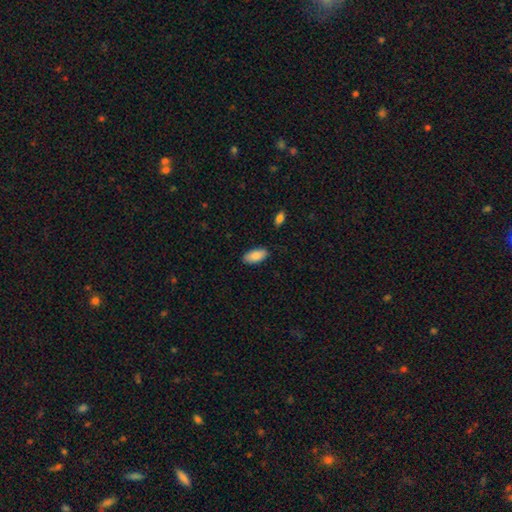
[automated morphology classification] Q: Smooth or featured?
A: smooth (88%); runner-up: star or artifact (6%)
Q: How rounded?
A: in between (91%); runner-up: cigar-shaped (7%)
Q: Merging?
A: none (86%); runner-up: minor disturbance (11%)